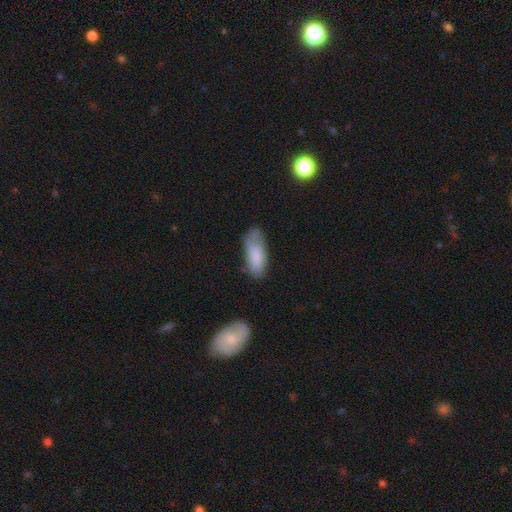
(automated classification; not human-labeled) smooth 78%, featured or disk 15%, star or artifact 7%. Down the decision tree: how rounded — in between (77%); merging — none (60%).